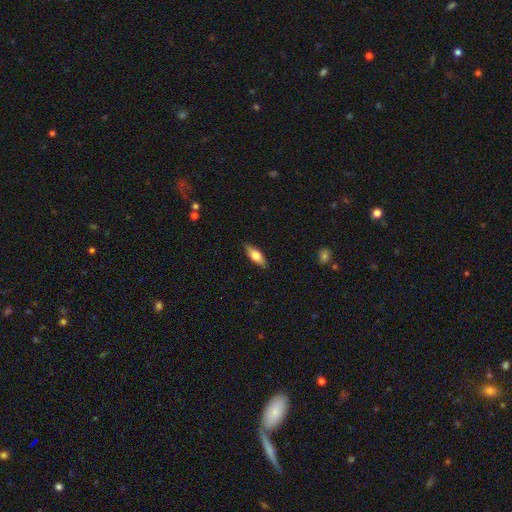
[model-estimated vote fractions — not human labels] Smooth or featured: smooth — 63% (featured or disk — 31%)
How rounded: in between — 65% (cigar-shaped — 33%)
Merging: none — 87% (minor disturbance — 10%)